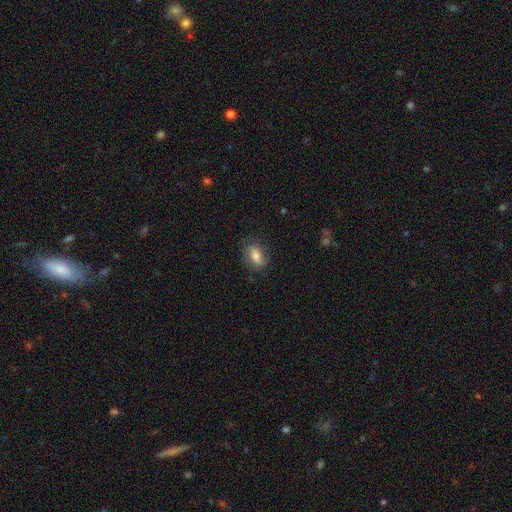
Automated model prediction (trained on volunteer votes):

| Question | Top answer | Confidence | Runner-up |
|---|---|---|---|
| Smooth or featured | smooth | 67% | featured or disk (24%) |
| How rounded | in between | 82% | round (13%) |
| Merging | none | 70% | minor disturbance (21%) |